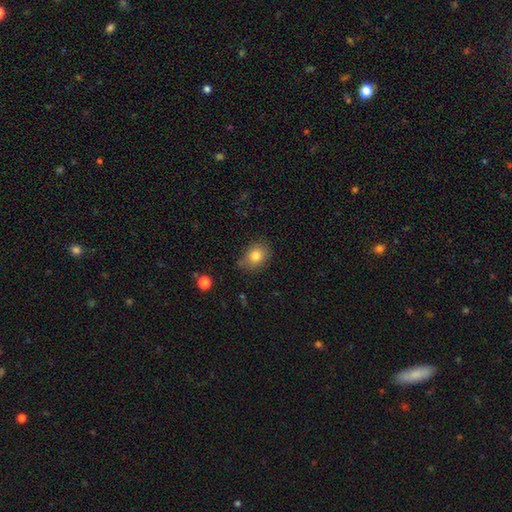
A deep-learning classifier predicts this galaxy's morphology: Smooth or featured: smooth — 81% (star or artifact — 10%)
How rounded: in between — 52% (round — 47%)
Merging: none — 68% (minor disturbance — 25%)